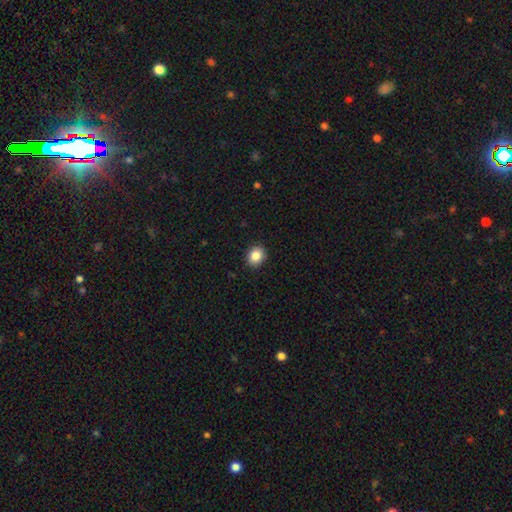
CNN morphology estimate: This is clearly a smooth galaxy (86%). How rounded: likely round (68%). Merging: clearly none (90%).